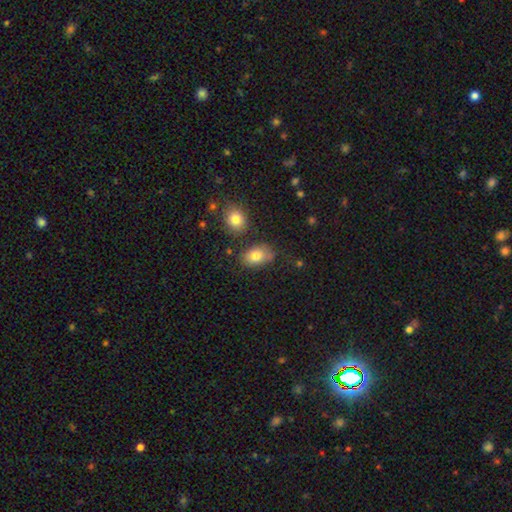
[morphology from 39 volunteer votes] Volunteers were most divided on "how rounded": in between: 69%, round: 31%, cigar-shaped: 0%. More confident: smooth or featured — smooth (82%); merging — none (72%).